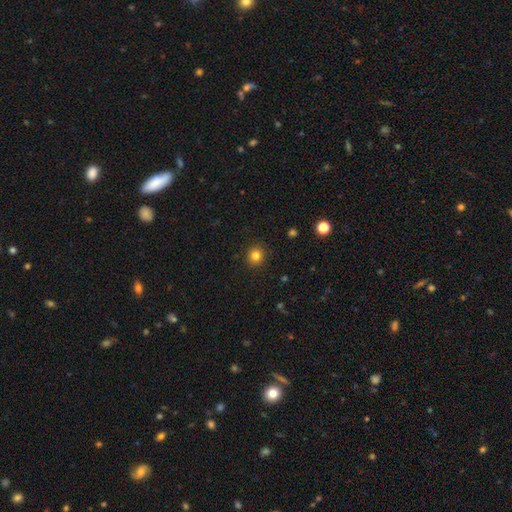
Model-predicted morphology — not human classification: Smooth or featured? Predicted: smooth (p=0.82). How rounded? Predicted: round (p=0.89). Merging? Predicted: none (p=0.91).